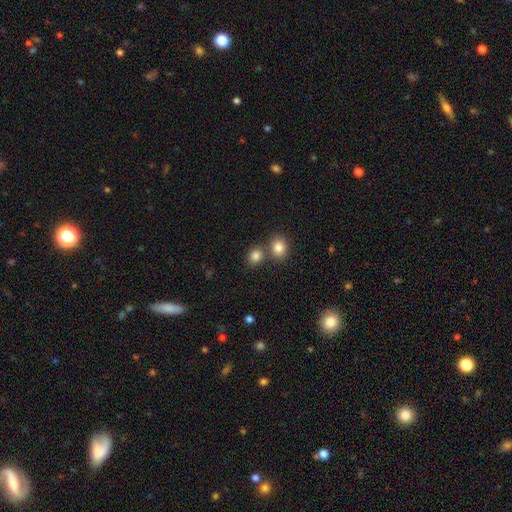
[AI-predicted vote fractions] A smooth galaxy with no disk features (83%) that is round (69%). Merging: none (58%).